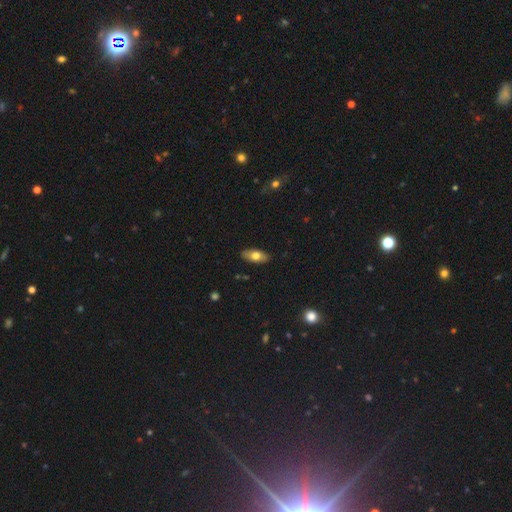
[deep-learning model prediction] The model was most divided on "smooth or featured": smooth: 69%, featured or disk: 25%, star or artifact: 6%. More confident: merging — none (87%); how rounded — in between (86%).